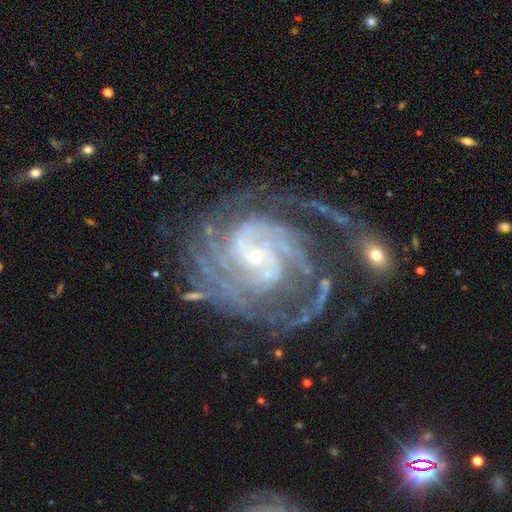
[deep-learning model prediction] smooth-or-featured: featured or disk: 90% | star or artifact: 6% | smooth: 4%
  disk-edge-on: no: 98% | yes: 2%
    bar: no: 59% | weak: 29% | strong: 12%
    has-spiral-arms: yes: 98% | no: 2%
      spiral-winding: tight: 65% | medium: 29% | loose: 6%
      spiral-arm-count: can't tell: 21% | 4: 20% | 3: 20% | 2: 17% | more than 4: 14% | 1: 8%
    bulge-size: small: 84% | moderate: 11% | none: 3% | large: 2% | dominant: 1%
  merging: none: 54% | major disturbance: 21% | minor disturbance: 19% | merger: 6%